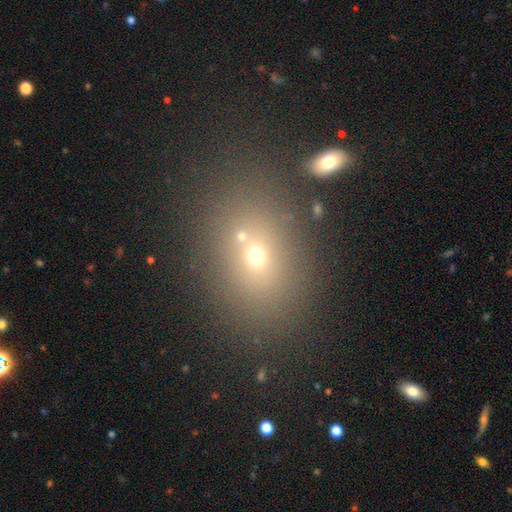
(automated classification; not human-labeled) A smooth galaxy with no disk features (58%) that is in between round and cigar-shaped (60%).

Vote fractions:
- Smooth or featured? smooth: 58% / star or artifact: 25% / featured or disk: 18%
- How rounded? in between: 60% / round: 38% / cigar-shaped: 1%
- Merging? none: 64% / merger: 21% / minor disturbance: 10% / major disturbance: 5%